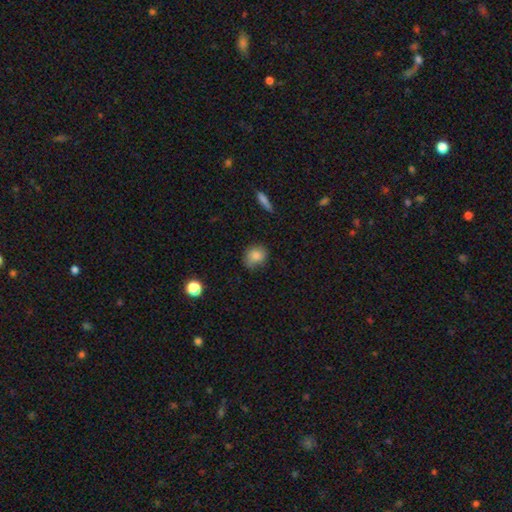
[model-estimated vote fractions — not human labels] The model was most divided on "how rounded": round: 64%, in between: 35%, cigar-shaped: 1%. More confident: smooth or featured — smooth (81%); merging — none (67%).